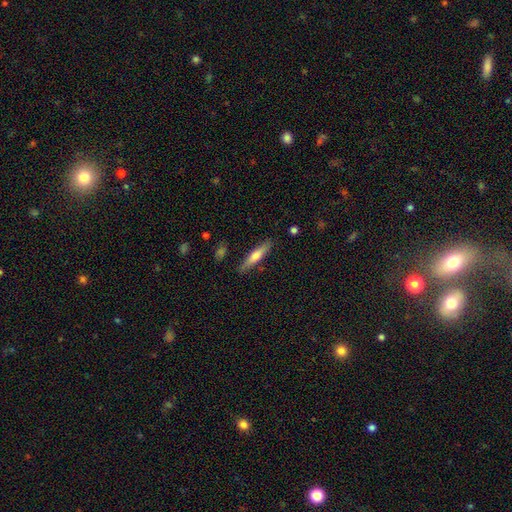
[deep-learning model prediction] A smooth galaxy with no disk features (58%) that is cigar-shaped (86%). Merging: none (86%).